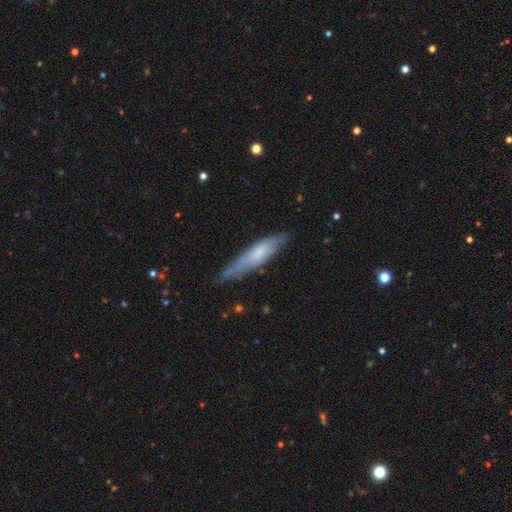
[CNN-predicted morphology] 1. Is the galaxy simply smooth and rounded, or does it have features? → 50% smooth, 42% featured or disk, 8% star or artifact.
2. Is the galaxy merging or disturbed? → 76% none, 19% minor disturbance, 4% major disturbance, 2% merger.